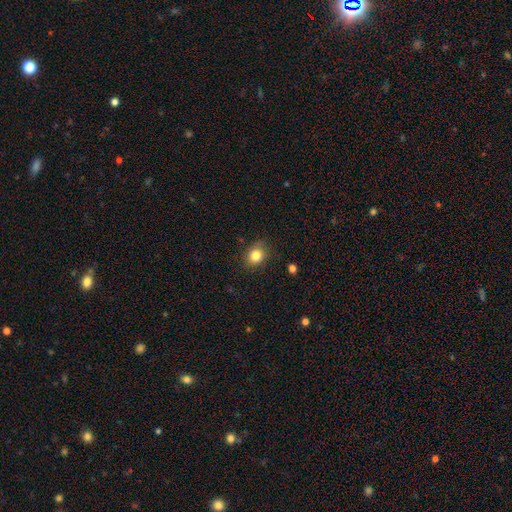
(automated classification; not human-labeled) Smooth or featured? smooth (82%)
How rounded? round (57%)
Merging? none (80%)